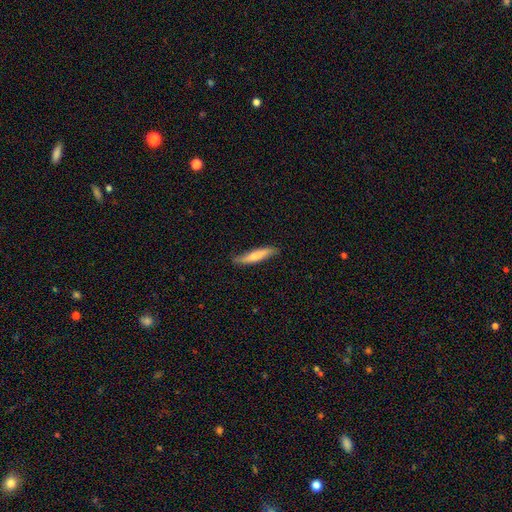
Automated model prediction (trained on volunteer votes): smooth_or_featured: smooth (p=0.71) [alt: featured or disk p=0.24]
how_rounded: cigar-shaped (p=0.87) [alt: in between p=0.12]
merging: none (p=0.76) [alt: minor disturbance p=0.19]